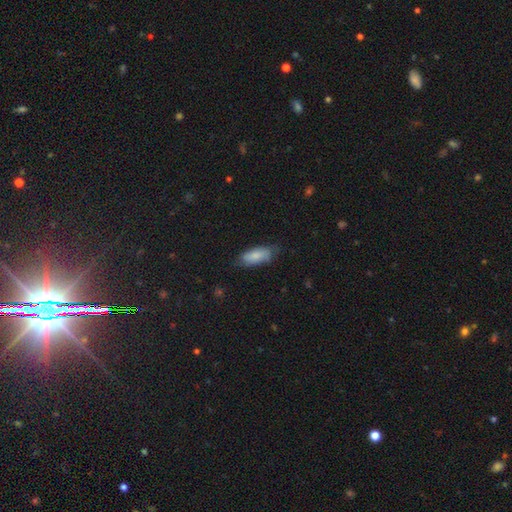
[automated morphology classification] smooth 80%, featured or disk 14%, star or artifact 6%. Down the decision tree: how rounded — in between (78%); merging — none (69%).